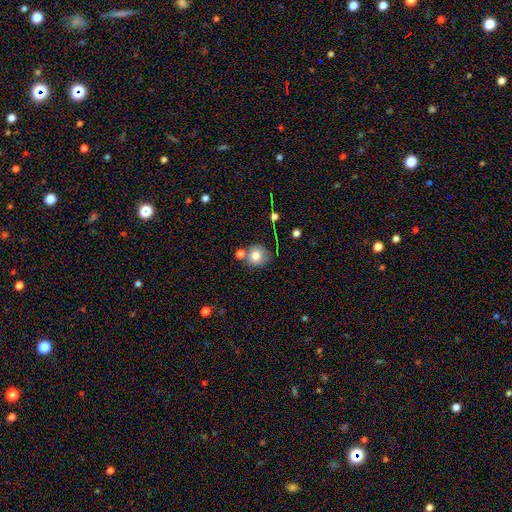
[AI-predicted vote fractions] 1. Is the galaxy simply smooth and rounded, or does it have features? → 79% smooth, 11% featured or disk, 10% star or artifact.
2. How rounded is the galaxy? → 89% round, 10% in between, 1% cigar-shaped.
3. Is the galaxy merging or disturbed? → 65% none, 18% merger, 13% minor disturbance, 4% major disturbance.